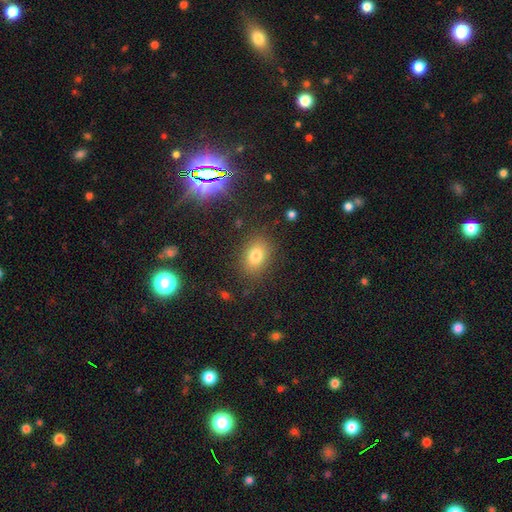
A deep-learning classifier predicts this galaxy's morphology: The model was most divided on "how rounded": in between: 75%, round: 23%, cigar-shaped: 2%. More confident: merging — none (83%); smooth or featured — smooth (78%).